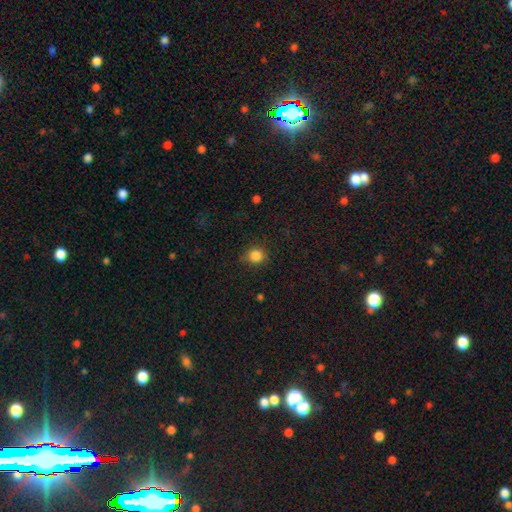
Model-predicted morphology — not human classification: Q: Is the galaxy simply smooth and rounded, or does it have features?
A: smooth — 85%.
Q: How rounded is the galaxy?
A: round — 87%.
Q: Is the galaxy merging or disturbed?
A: none — 82%.